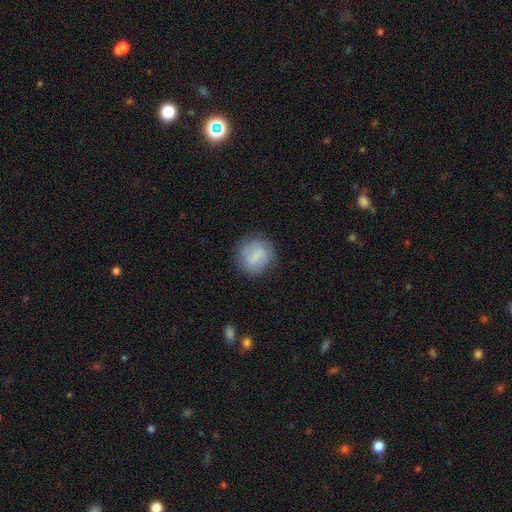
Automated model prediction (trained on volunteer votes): This appears to be a smooth galaxy with no disk features (58%) that is round (87%). Merging: none (80%).